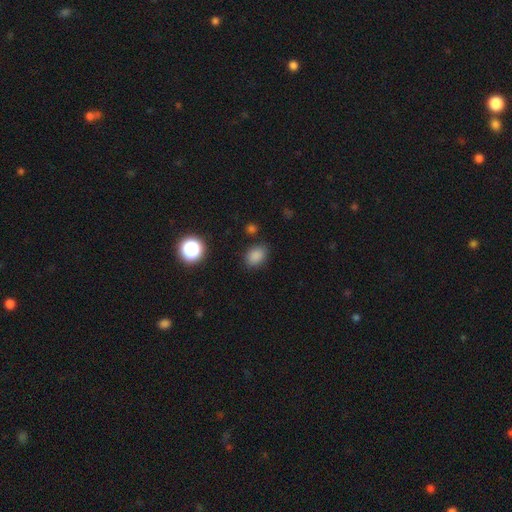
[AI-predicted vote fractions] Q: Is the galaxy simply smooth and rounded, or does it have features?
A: smooth — 83%.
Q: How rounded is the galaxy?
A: in between — 66%.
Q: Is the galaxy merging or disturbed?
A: none — 82%.